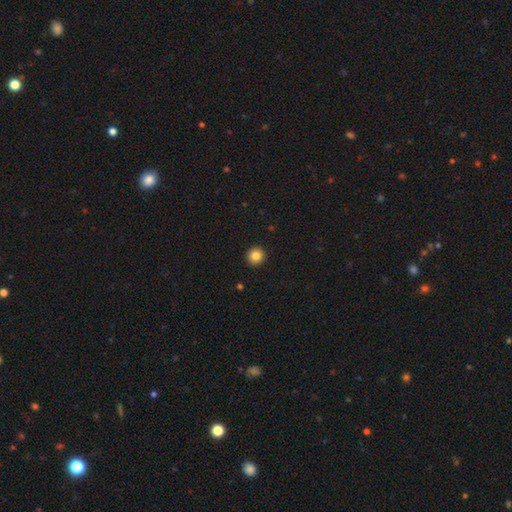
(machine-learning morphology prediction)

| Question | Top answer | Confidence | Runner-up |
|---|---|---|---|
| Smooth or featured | smooth | 84% | star or artifact (10%) |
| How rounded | round | 95% | in between (4%) |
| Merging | none | 93% | minor disturbance (4%) |